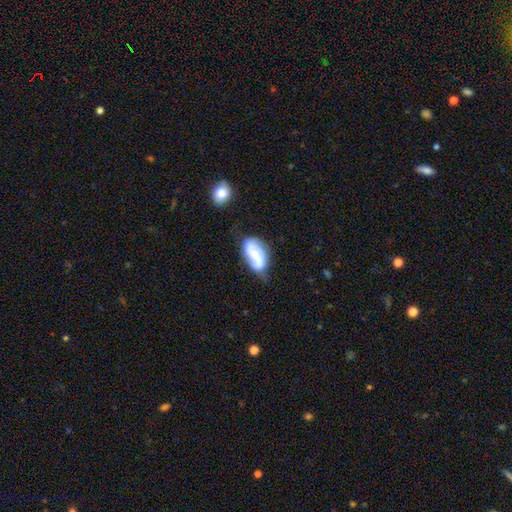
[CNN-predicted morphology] Smooth or featured: smooth — 49% (featured or disk — 43%)
Merging: none — 41% (minor disturbance — 31%)